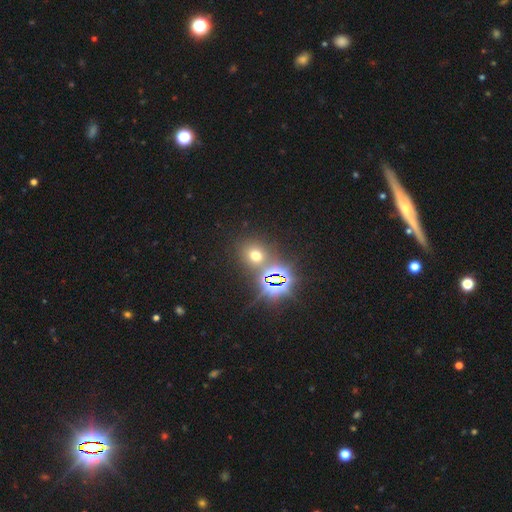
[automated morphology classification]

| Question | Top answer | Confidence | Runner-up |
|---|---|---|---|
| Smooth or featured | smooth | 51% | star or artifact (41%) |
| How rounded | round | 75% | in between (23%) |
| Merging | none | 76% | merger (12%) |